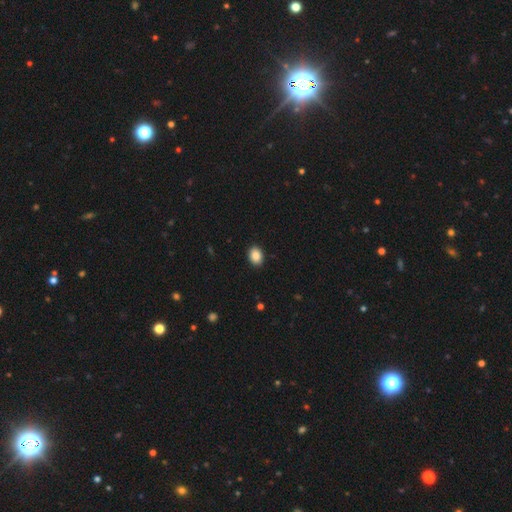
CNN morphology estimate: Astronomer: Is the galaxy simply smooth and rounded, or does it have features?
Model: smooth — 89%.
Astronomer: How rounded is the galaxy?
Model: in between — 69%.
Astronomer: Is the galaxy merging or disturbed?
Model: none — 90%.